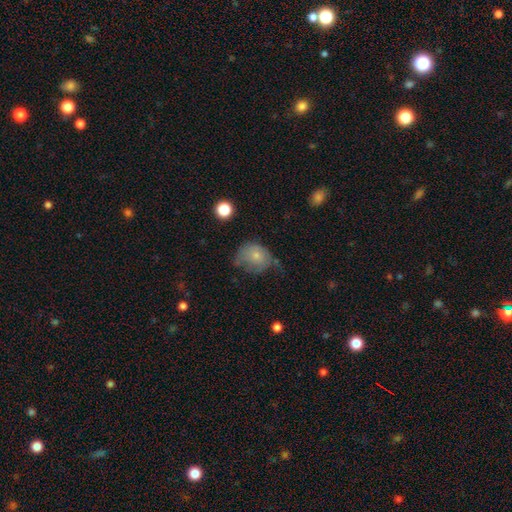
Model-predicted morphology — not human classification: Smooth or featured? smooth (65%)
How rounded? round (62%)
Merging? minor disturbance (37%)